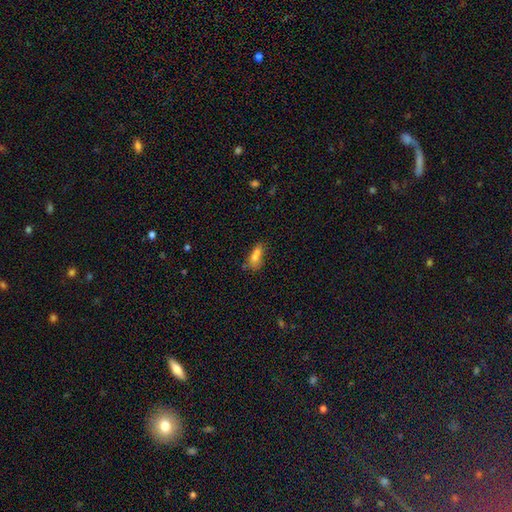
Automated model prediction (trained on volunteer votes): This appears to be a smooth galaxy with no disk features (69%) that is in between round and cigar-shaped (68%). Merging: merger (55%).